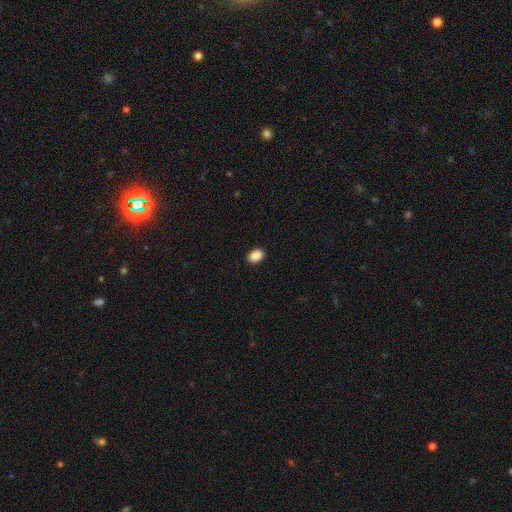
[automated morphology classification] This is clearly a smooth galaxy (90%). How rounded: clearly in between (81%). Merging: clearly none (90%).